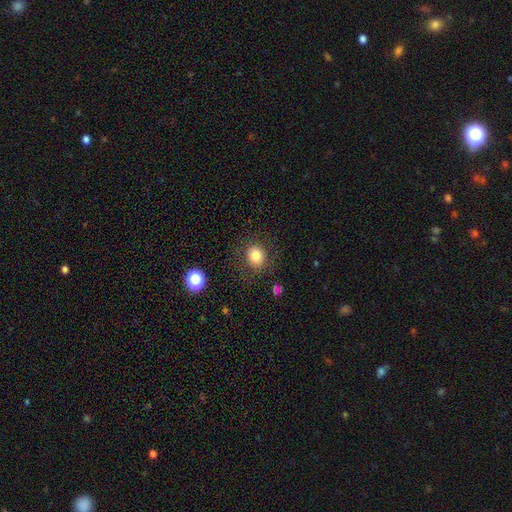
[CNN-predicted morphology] smooth-or-featured: smooth: 81% | star or artifact: 12% | featured or disk: 7%
  how-rounded: round: 75% | in between: 24% | cigar-shaped: 1%
  merging: none: 82% | minor disturbance: 11% | major disturbance: 5% | merger: 2%